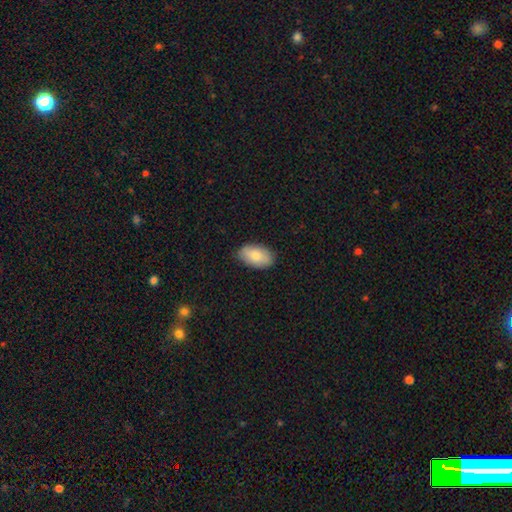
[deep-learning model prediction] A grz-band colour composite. It shows a smooth galaxy with no disk features (80%) that is in between round and cigar-shaped (94%). Merging: none (84%).